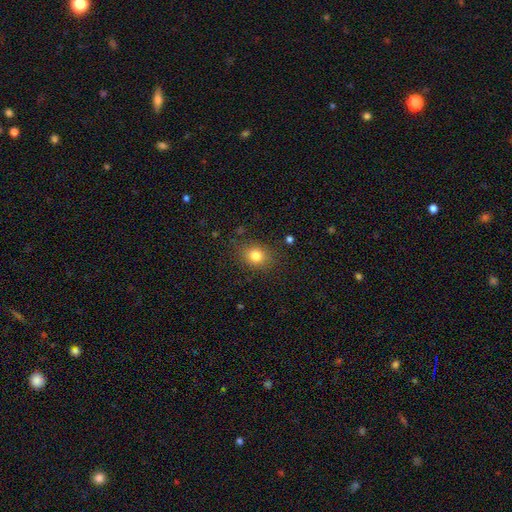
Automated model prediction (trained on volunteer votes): Smooth or featured? Predicted: smooth (p=0.80). How rounded? Predicted: round (p=0.64). Merging? Predicted: none (p=0.82).